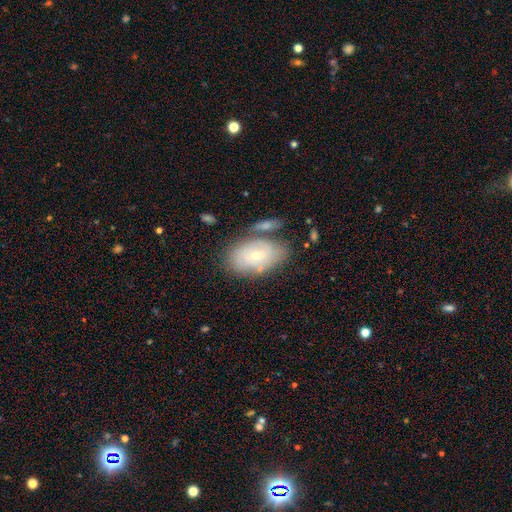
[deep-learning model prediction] A smooth galaxy with no disk features (54%) that is in between round and cigar-shaped (90%).

Vote fractions:
- Smooth or featured? smooth: 54% / featured or disk: 39% / star or artifact: 7%
- How rounded? in between: 90% / round: 9% / cigar-shaped: 2%
- Merging? none: 61% / minor disturbance: 19% / merger: 15% / major disturbance: 6%